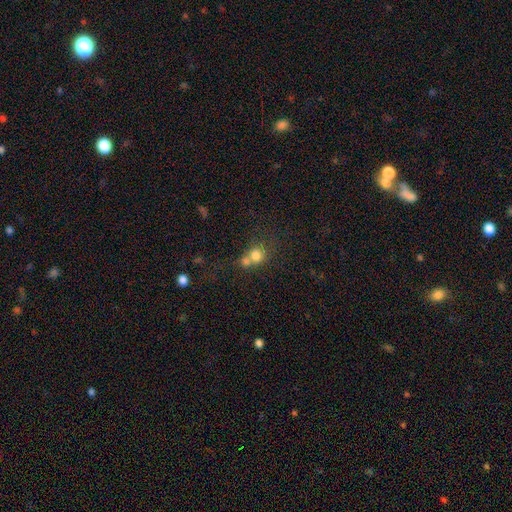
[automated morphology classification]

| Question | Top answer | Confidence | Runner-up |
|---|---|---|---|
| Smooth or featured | smooth | 74% | star or artifact (13%) |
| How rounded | round | 81% | in between (18%) |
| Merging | merger | 55% | none (33%) |